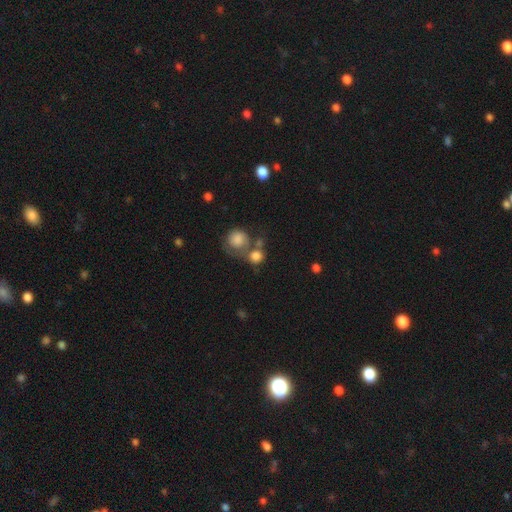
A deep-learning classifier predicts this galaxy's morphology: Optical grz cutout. It shows a smooth galaxy with no disk features (79%) that is round (83%). Merging: merger (41%).